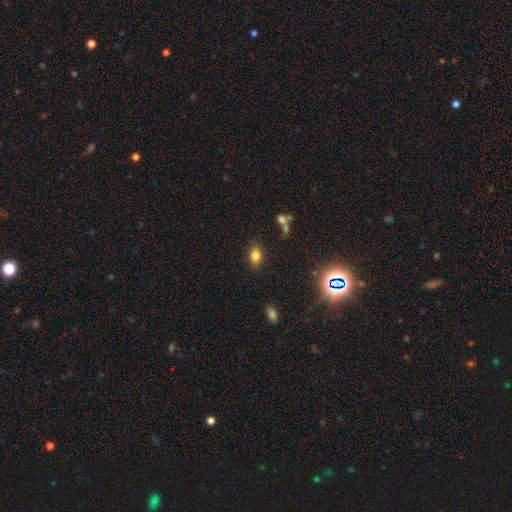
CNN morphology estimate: Smooth or featured? smooth (80%)
How rounded? in between (75%)
Merging? none (82%)